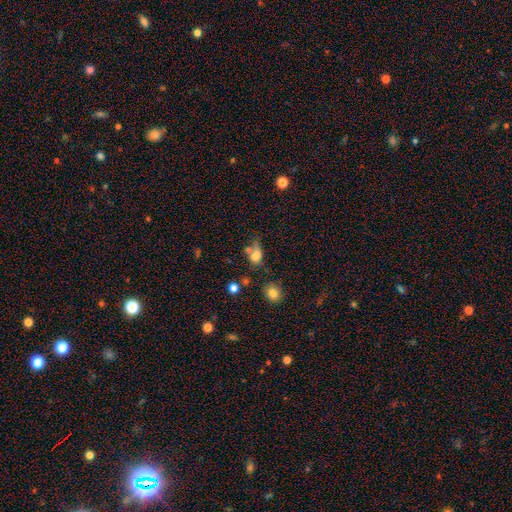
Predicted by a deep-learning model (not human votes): Morphology: type=smooth (70%); roundness=in between (59%); merging=merger (35%).